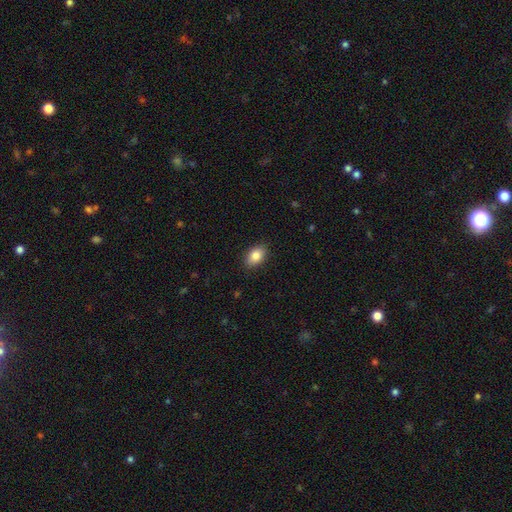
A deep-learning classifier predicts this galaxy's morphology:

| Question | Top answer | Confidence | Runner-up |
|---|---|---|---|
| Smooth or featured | smooth | 85% | featured or disk (8%) |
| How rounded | in between | 87% | round (11%) |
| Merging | none | 88% | minor disturbance (9%) |